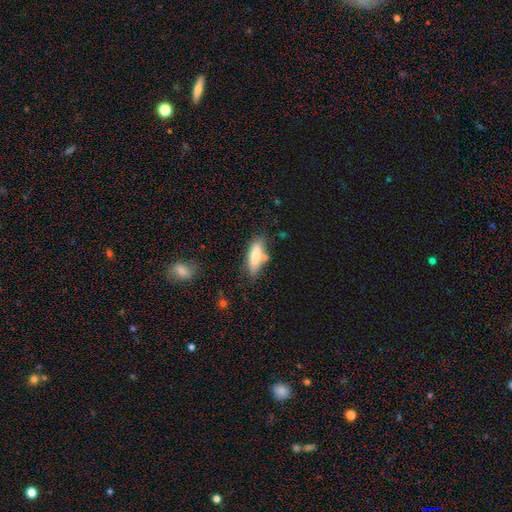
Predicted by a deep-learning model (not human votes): Smooth or featured: smooth — 70% (featured or disk — 22%)
How rounded: cigar-shaped — 51% (in between — 47%)
Merging: none — 60% (minor disturbance — 23%)